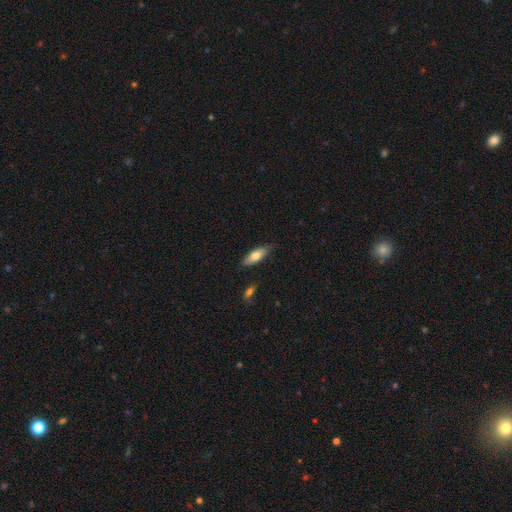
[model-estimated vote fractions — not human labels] Smooth or featured? Predicted: smooth (p=0.72). How rounded? Predicted: in between (p=0.65). Merging? Predicted: none (p=0.79).